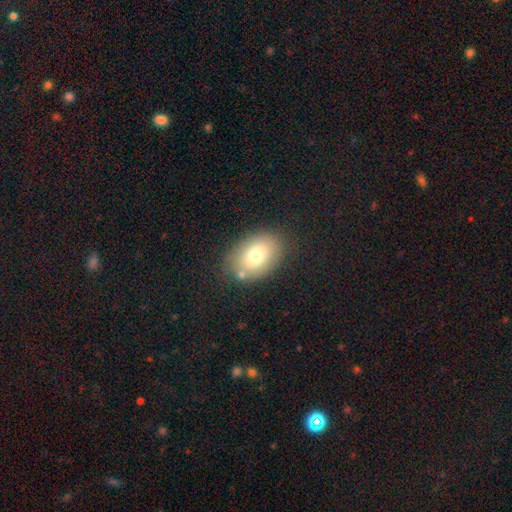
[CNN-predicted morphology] smooth-or-featured: smooth: 74% | featured or disk: 18% | star or artifact: 9%
  how-rounded: in between: 85% | round: 14% | cigar-shaped: 1%
  merging: none: 78% | minor disturbance: 13% | merger: 5% | major disturbance: 4%